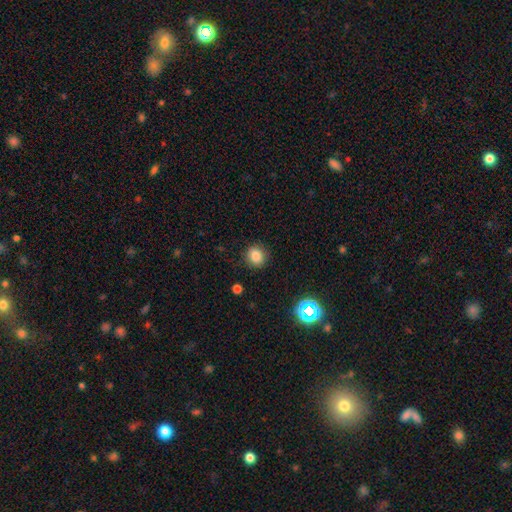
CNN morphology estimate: This is clearly a smooth galaxy (83%). How rounded: clearly round (83%). Merging: clearly none (88%).